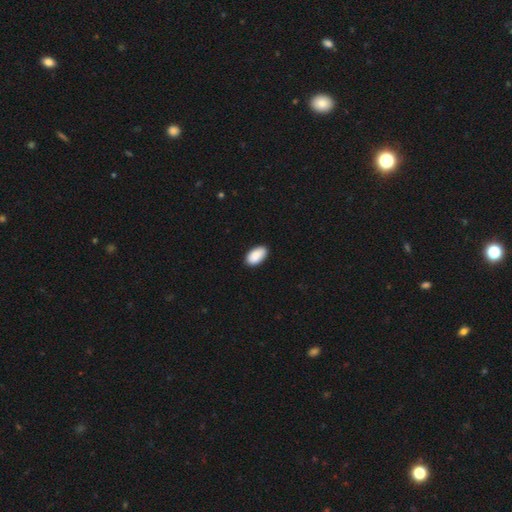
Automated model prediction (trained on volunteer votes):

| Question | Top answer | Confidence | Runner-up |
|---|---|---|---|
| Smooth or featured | smooth | 90% | star or artifact (6%) |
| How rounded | in between | 95% | round (3%) |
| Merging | none | 87% | minor disturbance (10%) |